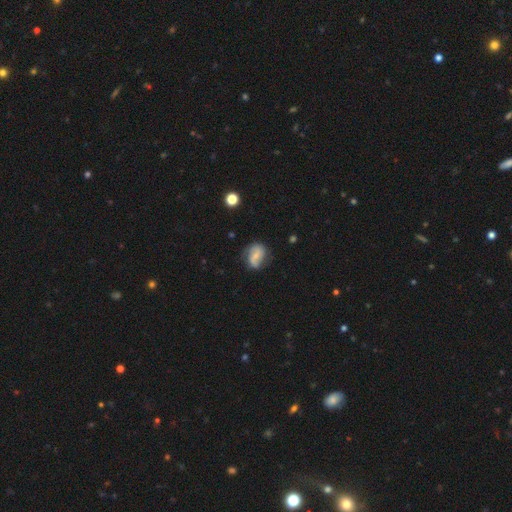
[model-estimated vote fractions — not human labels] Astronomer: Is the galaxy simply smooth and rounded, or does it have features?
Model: featured or disk — 64%.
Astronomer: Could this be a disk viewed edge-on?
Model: no — 97%.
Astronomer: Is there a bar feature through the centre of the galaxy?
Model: no — 45% (runner-up: weak, 39%).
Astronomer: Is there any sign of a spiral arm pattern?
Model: yes — 88%.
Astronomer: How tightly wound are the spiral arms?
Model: loose — 40%, tied with medium at 40%.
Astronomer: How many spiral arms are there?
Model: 2 — 82%.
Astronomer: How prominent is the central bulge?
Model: small — 58%.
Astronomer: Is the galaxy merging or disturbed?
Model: none — 66%.